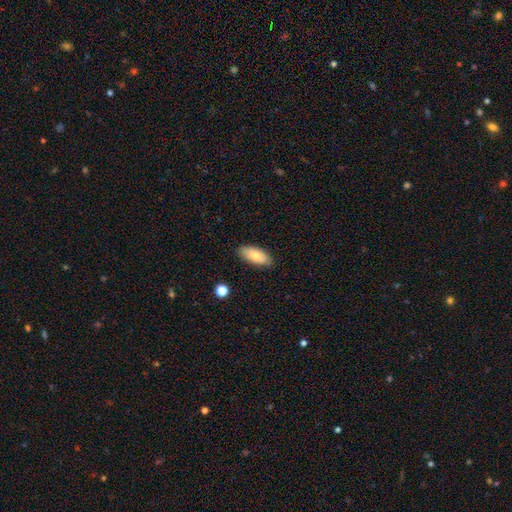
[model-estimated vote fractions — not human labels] This is likely a smooth galaxy (80%). How rounded: clearly in between (87%). Merging: clearly none (84%).